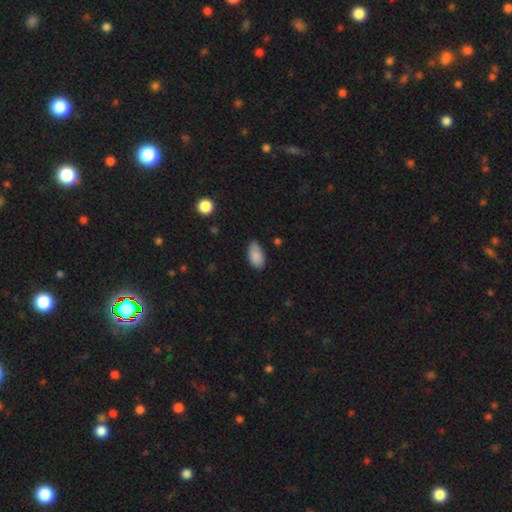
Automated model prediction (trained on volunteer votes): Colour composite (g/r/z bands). It shows a smooth galaxy with no disk features (88%) that is in between round and cigar-shaped (94%). Merging: none (71%).